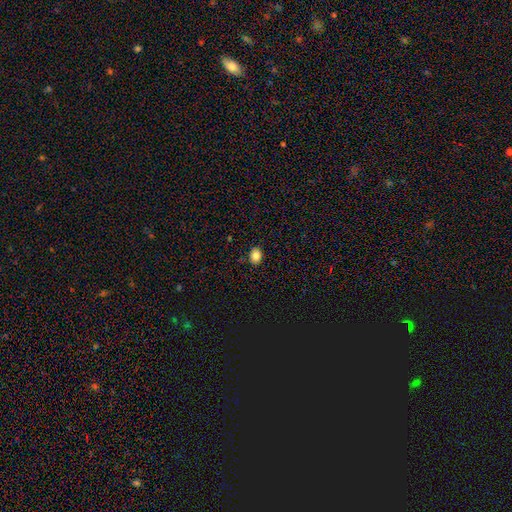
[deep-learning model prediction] A smooth galaxy with no disk features (85%) that is in between round and cigar-shaped (61%). Merging: none (87%).